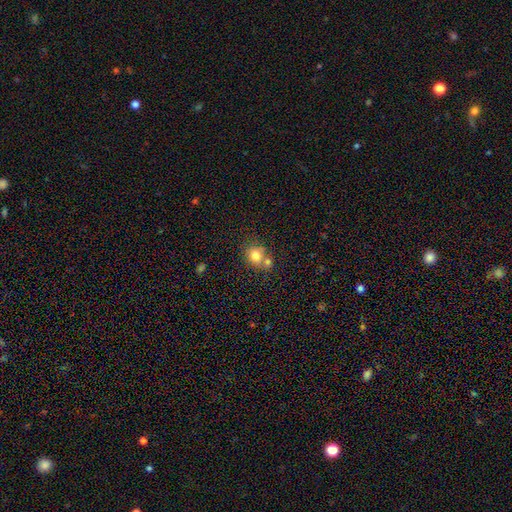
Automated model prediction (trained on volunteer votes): Smooth or featured? Predicted: smooth (p=0.78). How rounded? Predicted: round (p=0.69). Merging? Predicted: none (p=0.46).